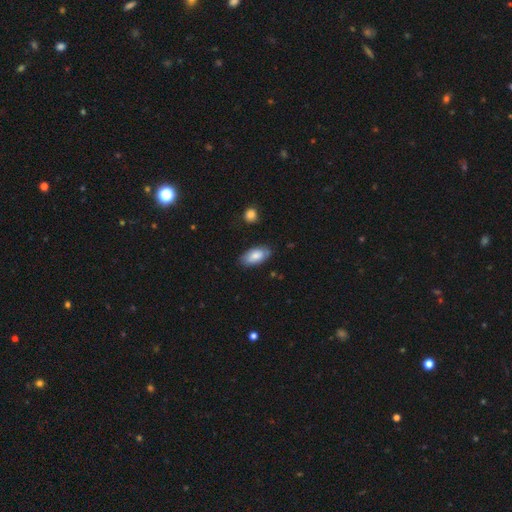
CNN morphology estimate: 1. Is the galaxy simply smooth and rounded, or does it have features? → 78% smooth, 16% featured or disk, 6% star or artifact.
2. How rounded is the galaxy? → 93% in between, 4% cigar-shaped, 3% round.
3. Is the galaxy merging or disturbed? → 77% none, 17% minor disturbance, 3% major disturbance, 2% merger.